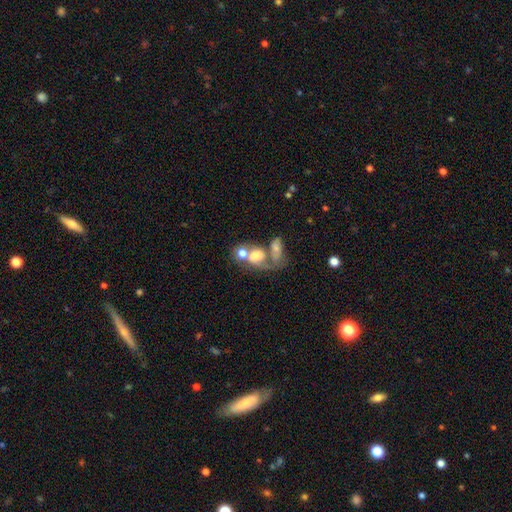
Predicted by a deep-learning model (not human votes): This is possibly a smooth galaxy (51%). How rounded: possibly in between (54%). Merging: likely merger (62%).